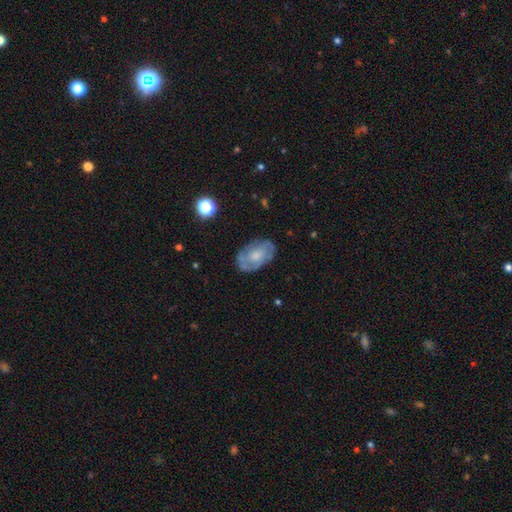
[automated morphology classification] Smooth or featured?
  - featured or disk: 56% *
  - smooth: 36%
  - star or artifact: 7%
Edge-on disk?
  - no: 94% *
  - yes: 6%
Bar?
  - no: 75% *
  - weak: 21%
  - strong: 3%
Spiral arms?
  - yes: 62% *
  - no: 38%
Bulge size?
  - moderate: 42% *
  - small: 31%
  - none: 13%
  - large: 12%
  - dominant: 2%
Merging?
  - none: 73% *
  - minor disturbance: 19%
  - major disturbance: 6%
  - merger: 2%